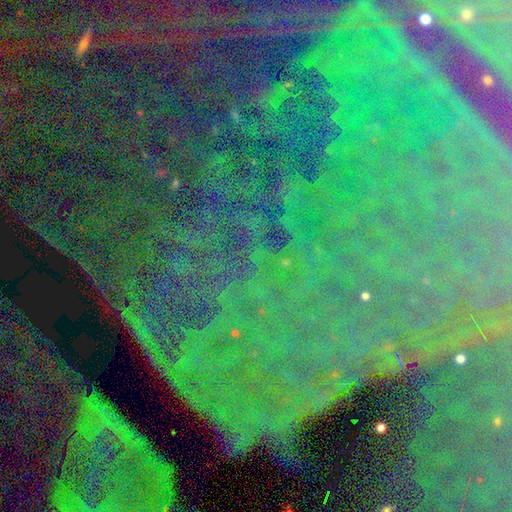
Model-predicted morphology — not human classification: The model was most divided on "smooth or featured": star or artifact: 85%, featured or disk: 8%, smooth: 7%.